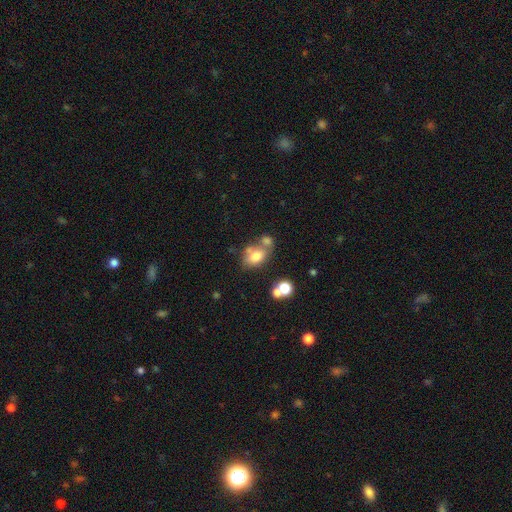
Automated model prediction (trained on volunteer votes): This appears to be a smooth galaxy with no disk features (70%) that is in between round and cigar-shaped (73%). Merging: none (43%).